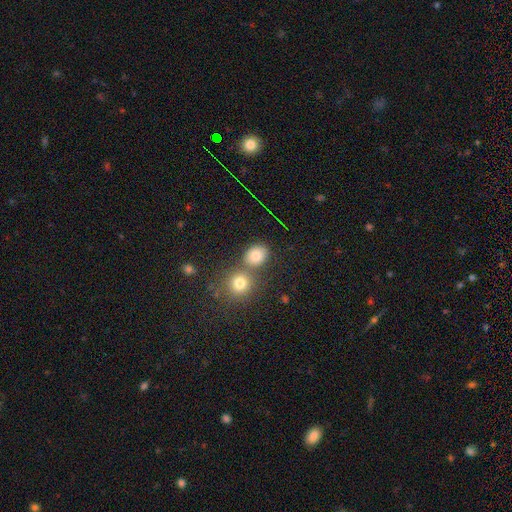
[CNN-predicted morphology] A smooth galaxy with no disk features (78%) that is round (59%). Merging: none (65%).